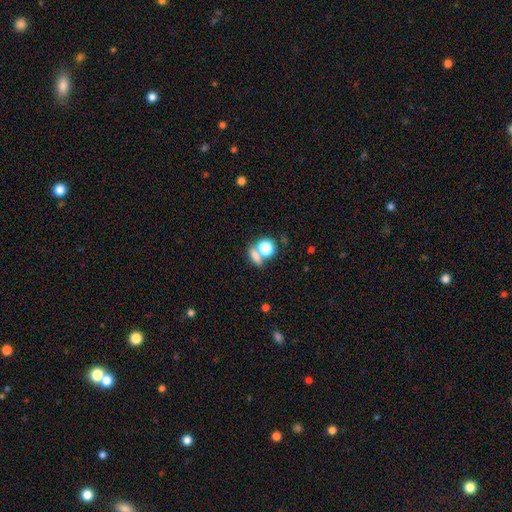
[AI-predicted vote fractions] A smooth galaxy with no disk features (72%) that is round (49%).

Vote fractions:
- Smooth or featured? smooth: 72% / star or artifact: 17% / featured or disk: 12%
- How rounded? round: 49% / in between: 38% / cigar-shaped: 12%
- Merging? none: 52% / merger: 35% / minor disturbance: 9% / major disturbance: 5%